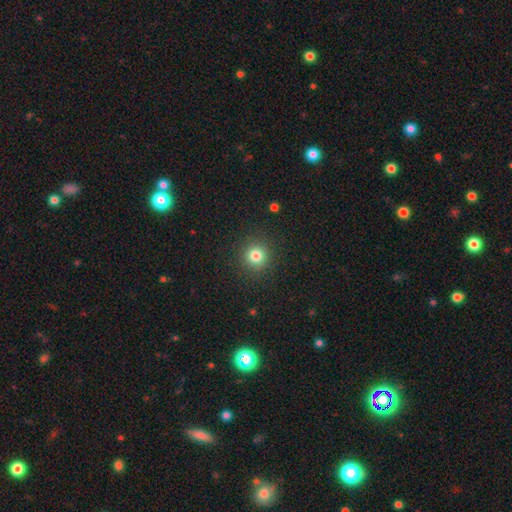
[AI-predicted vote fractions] Smooth or featured? smooth (80%)
How rounded? round (94%)
Merging? none (91%)